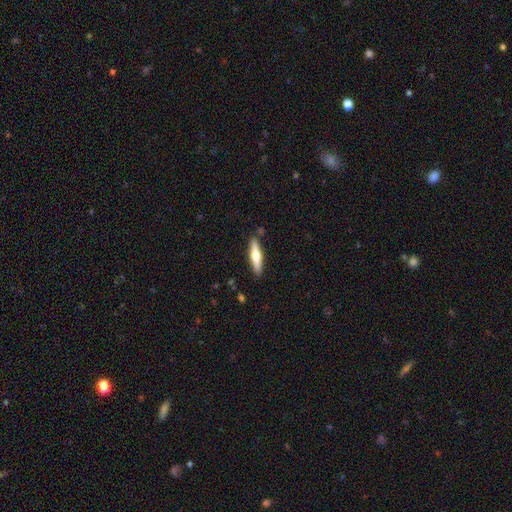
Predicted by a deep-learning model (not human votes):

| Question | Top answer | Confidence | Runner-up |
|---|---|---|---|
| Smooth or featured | featured or disk | 51% | smooth (43%) |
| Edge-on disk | yes | 95% | no (5%) |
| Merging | none | 88% | minor disturbance (8%) |